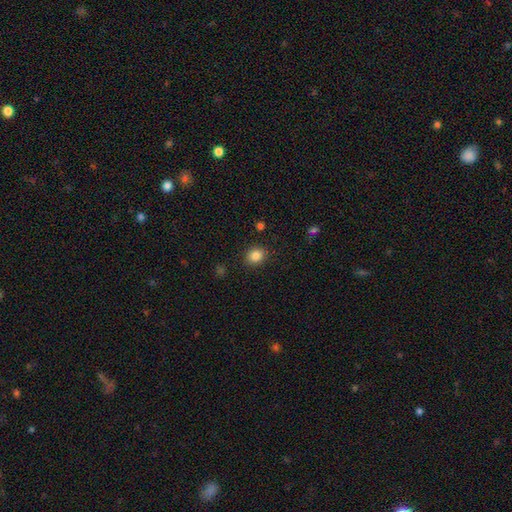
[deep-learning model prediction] Overall: smooth (84%). How rounded: round (67%; in between 32%). Merging: none (88%).